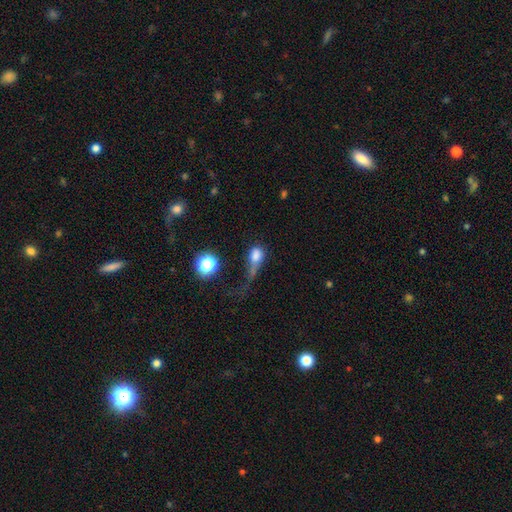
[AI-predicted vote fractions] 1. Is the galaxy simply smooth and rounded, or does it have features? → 69% smooth, 17% featured or disk, 13% star or artifact.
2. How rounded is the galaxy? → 59% in between, 35% round, 7% cigar-shaped.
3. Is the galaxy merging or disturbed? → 55% major disturbance, 17% minor disturbance, 17% none, 10% merger.